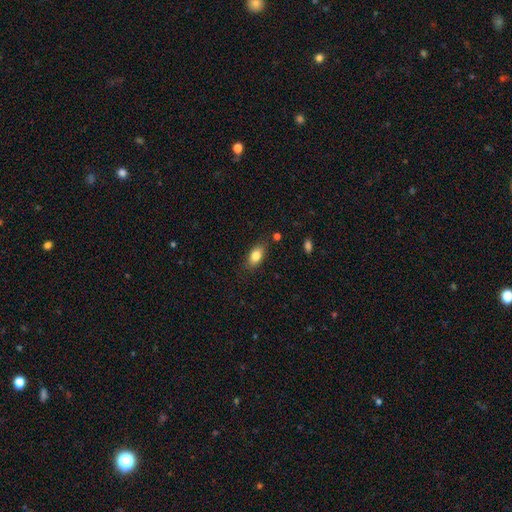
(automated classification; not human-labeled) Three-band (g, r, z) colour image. It shows a smooth galaxy with no disk features (82%) that is in between round and cigar-shaped (87%). Merging: none (81%).